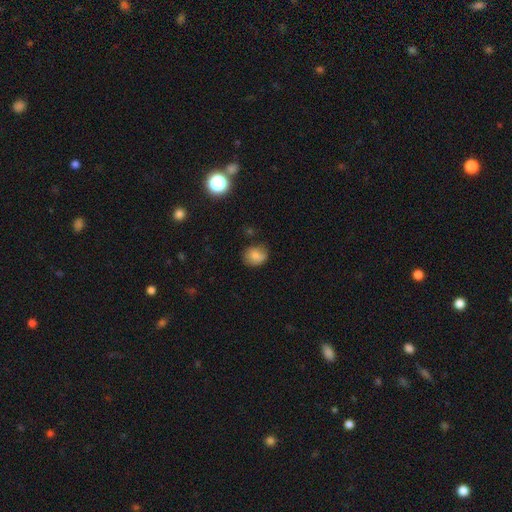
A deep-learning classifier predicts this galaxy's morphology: smooth-or-featured: smooth: 77% | featured or disk: 12% | star or artifact: 11%
  how-rounded: round: 64% | in between: 35% | cigar-shaped: 1%
  merging: none: 66% | minor disturbance: 26% | major disturbance: 6% | merger: 2%